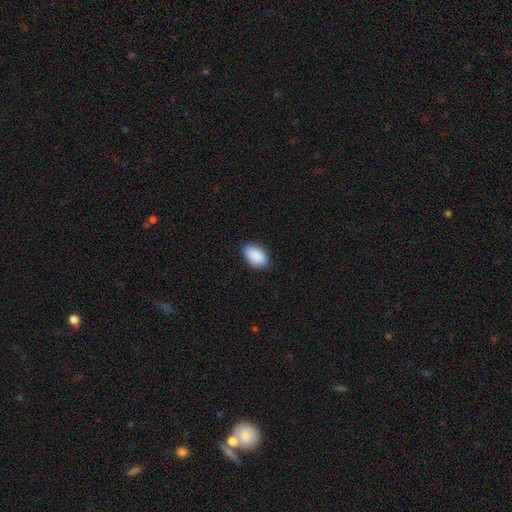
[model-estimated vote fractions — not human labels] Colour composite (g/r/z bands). It shows a smooth galaxy with no disk features (91%) that is in between round and cigar-shaped (94%). Merging: none (87%).